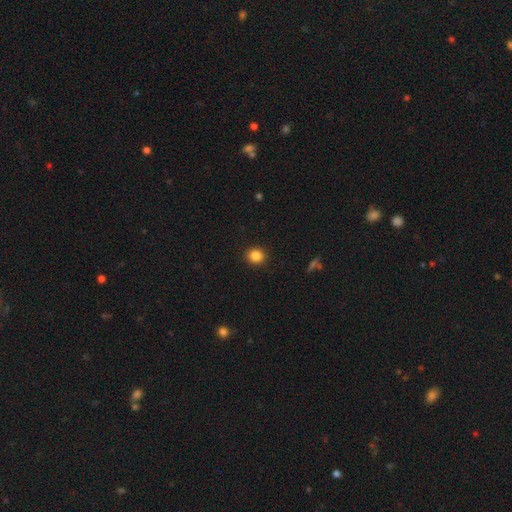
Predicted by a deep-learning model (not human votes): This is clearly a smooth galaxy (85%). How rounded: clearly round (87%). Merging: clearly none (92%).